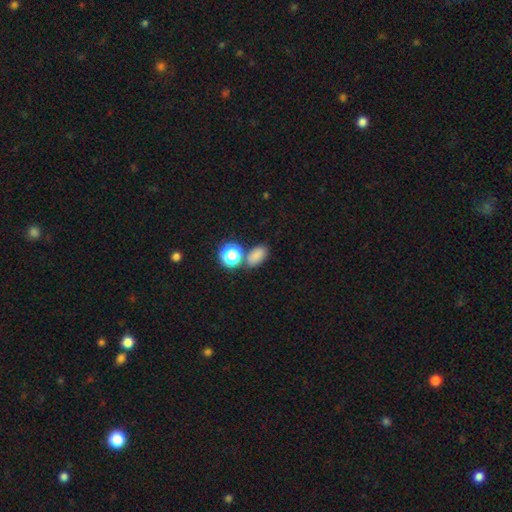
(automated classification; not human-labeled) Smooth or featured?
  - smooth: 78% *
  - star or artifact: 17%
  - featured or disk: 6%
How rounded?
  - in between: 80% *
  - round: 18%
  - cigar-shaped: 2%
Merging?
  - none: 68% *
  - merger: 16%
  - minor disturbance: 12%
  - major disturbance: 4%